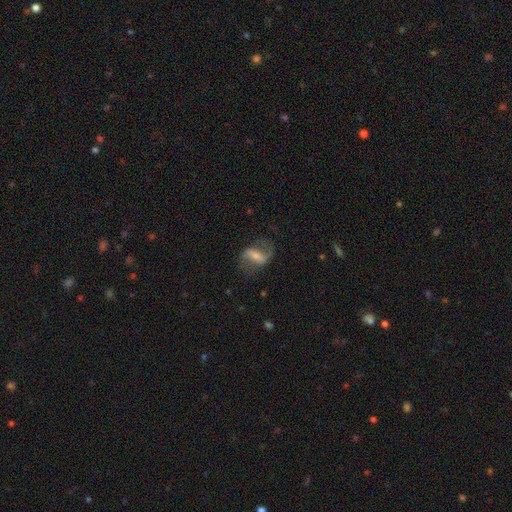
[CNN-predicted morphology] smooth_or_featured: featured or disk (p=0.76) [alt: smooth p=0.16]
disk_edge_on: no (p=0.94) [alt: yes p=0.06]
bar: strong (p=0.51) [alt: weak p=0.34]
has_spiral_arms: yes (p=0.88) [alt: no p=0.12]
spiral_winding: loose (p=0.61) [alt: medium p=0.31]
spiral_arm_count: 2 (p=0.88) [alt: can't tell p=0.05]
bulge_size: small (p=0.54) [alt: moderate p=0.32]
merging: none (p=0.72) [alt: minor disturbance p=0.16]